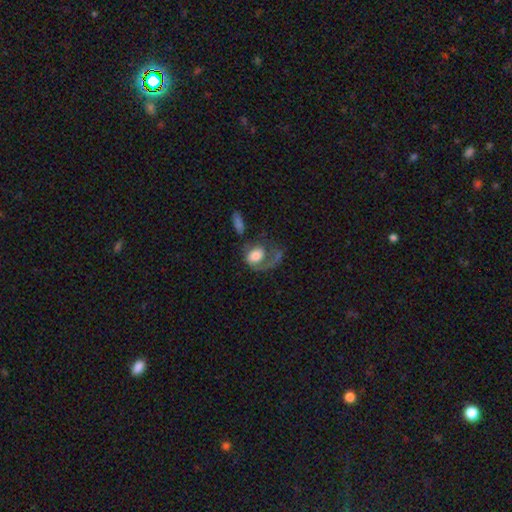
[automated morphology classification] A smooth galaxy with no disk features (48%).

Vote fractions:
- Smooth or featured? smooth: 48% / featured or disk: 44% / star or artifact: 8%
- Merging? major disturbance: 51% / none: 24% / minor disturbance: 14% / merger: 12%